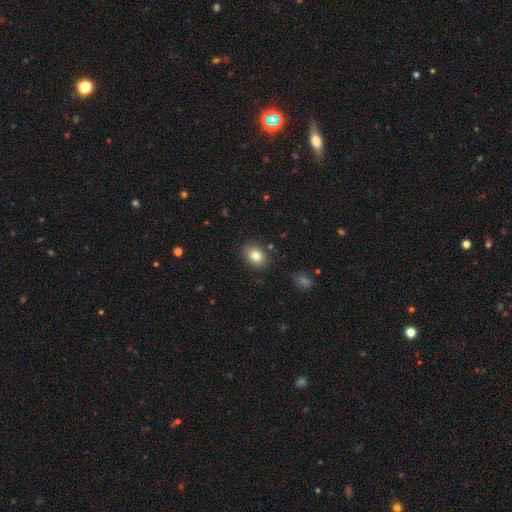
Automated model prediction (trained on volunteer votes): A smooth galaxy with no disk features (81%) that is in between round and cigar-shaped (51%).

Vote fractions:
- Smooth or featured? smooth: 81% / star or artifact: 10% / featured or disk: 9%
- How rounded? in between: 51% / round: 48% / cigar-shaped: 1%
- Merging? none: 85% / minor disturbance: 10% / major disturbance: 3% / merger: 2%